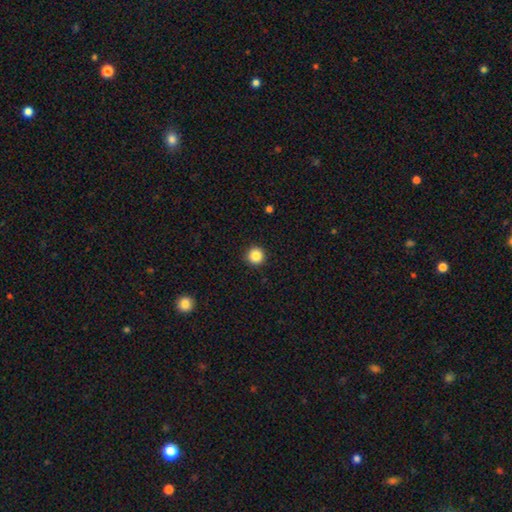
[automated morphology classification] smooth 86%, star or artifact 10%, featured or disk 4%. Down the decision tree: how rounded — round (96%); merging — none (93%).